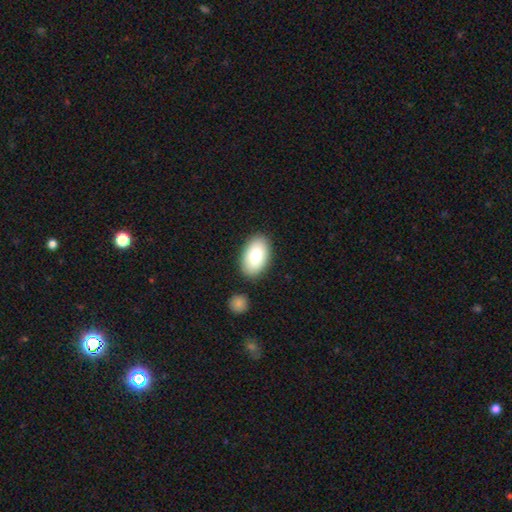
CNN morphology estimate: Q: Smooth or featured?
A: smooth (78%); runner-up: featured or disk (15%)
Q: How rounded?
A: in between (93%); runner-up: round (5%)
Q: Merging?
A: none (84%); runner-up: minor disturbance (9%)